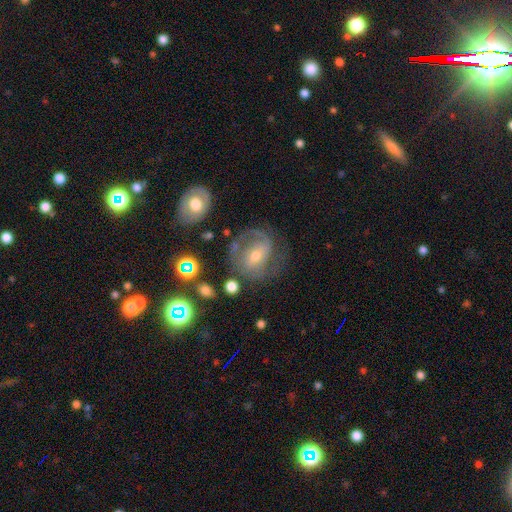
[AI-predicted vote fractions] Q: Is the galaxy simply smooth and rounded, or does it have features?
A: featured or disk — 76%.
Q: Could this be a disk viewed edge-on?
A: no — 97%.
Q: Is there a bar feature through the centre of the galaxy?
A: weak — 43%.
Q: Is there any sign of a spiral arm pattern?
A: yes — 88%.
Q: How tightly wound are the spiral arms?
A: medium — 43%.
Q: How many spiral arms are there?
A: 2 — 58%.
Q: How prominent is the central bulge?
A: moderate — 48%.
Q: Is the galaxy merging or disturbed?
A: none — 60%.